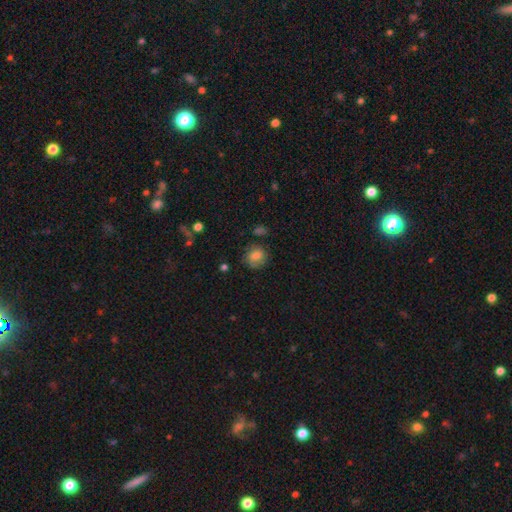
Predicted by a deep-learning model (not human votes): Smooth or featured? Predicted: smooth (p=0.73). How rounded? Predicted: round (p=0.76). Merging? Predicted: none (p=0.73).